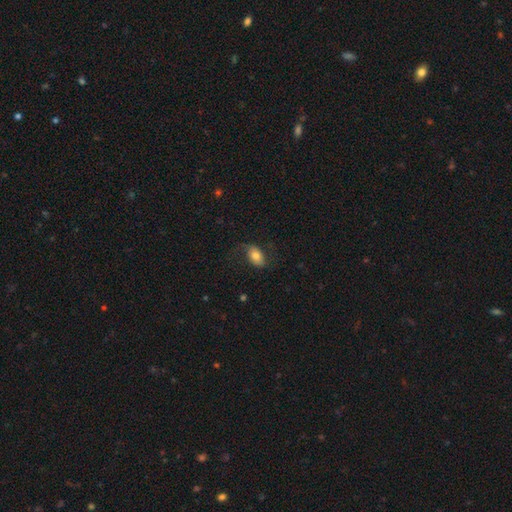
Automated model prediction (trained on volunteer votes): Smooth or featured? smooth (62%)
How rounded? in between (91%)
Merging? none (62%)